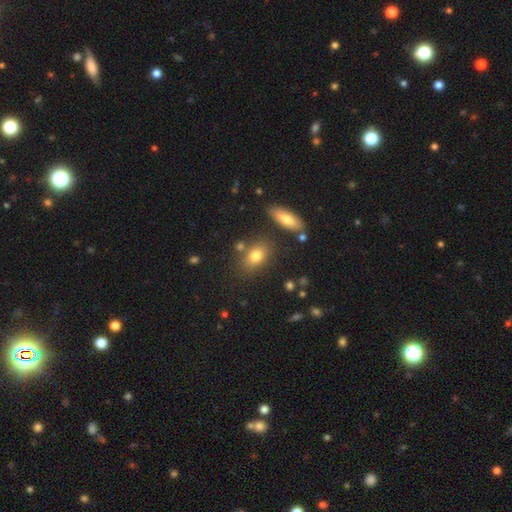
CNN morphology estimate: A smooth galaxy with no disk features (76%) that is in between round and cigar-shaped (74%). Merging: none (73%).